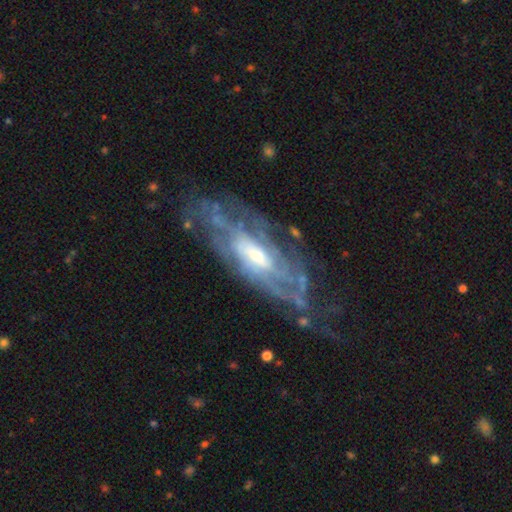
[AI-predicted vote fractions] The model was most divided on "bar": no: 48%, weak: 38%, strong: 14%. More confident: spiral arms — yes (89%); edge-on disk — no (86%); smooth or featured — featured or disk (84%); merging — none (63%); spiral winding — tight (58%); bulge size — moderate (54%); spiral arm count — can't tell (51%).